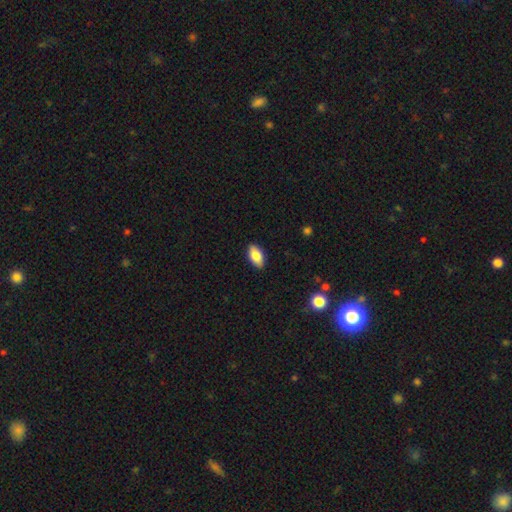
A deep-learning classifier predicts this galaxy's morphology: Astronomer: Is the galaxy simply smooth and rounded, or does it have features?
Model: smooth — 83%.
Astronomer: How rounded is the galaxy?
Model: in between — 92%.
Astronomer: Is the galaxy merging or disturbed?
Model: none — 89%.